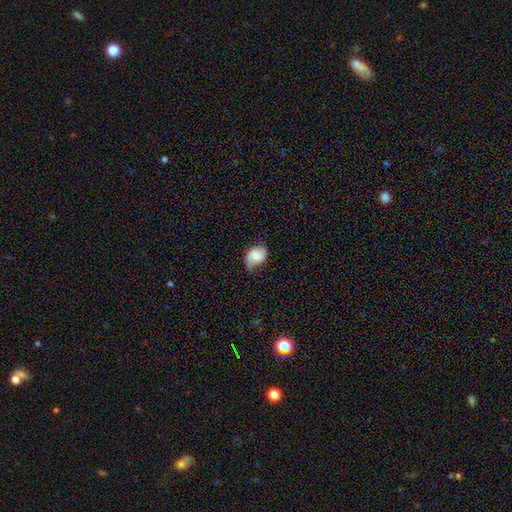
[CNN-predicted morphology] A smooth galaxy with no disk features (52%) that is in between round and cigar-shaped (61%).

Vote fractions:
- Smooth or featured? smooth: 52% / featured or disk: 39% / star or artifact: 8%
- How rounded? in between: 61% / round: 38% / cigar-shaped: 1%
- Merging? none: 43% / minor disturbance: 37% / major disturbance: 18% / merger: 2%